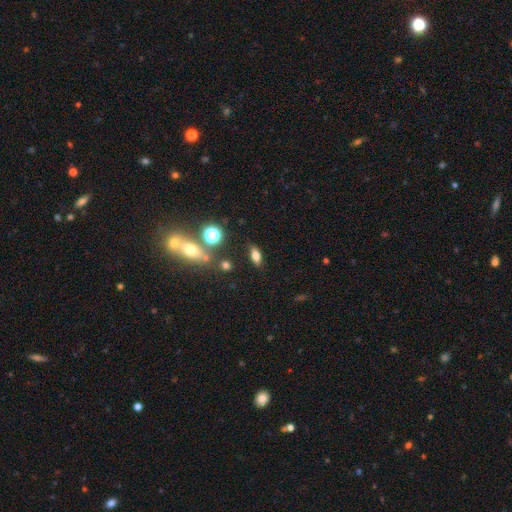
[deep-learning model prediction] Smooth or featured?
  - smooth: 68% *
  - featured or disk: 17%
  - star or artifact: 15%
How rounded?
  - in between: 73% *
  - cigar-shaped: 17%
  - round: 10%
Merging?
  - none: 82% *
  - minor disturbance: 11%
  - merger: 4%
  - major disturbance: 4%